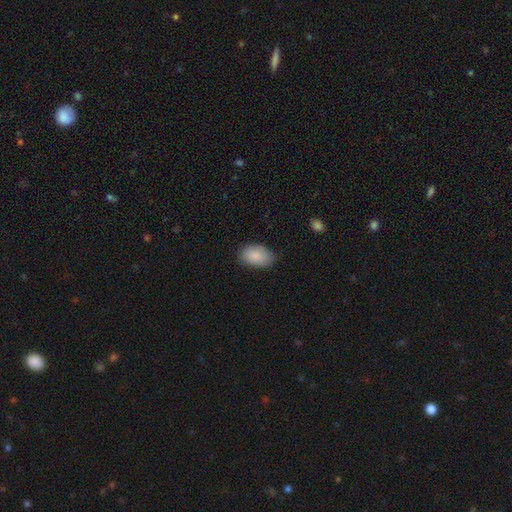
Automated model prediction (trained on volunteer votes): A smooth galaxy with no disk features (87%) that is in between round and cigar-shaped (92%). Merging: none (79%).